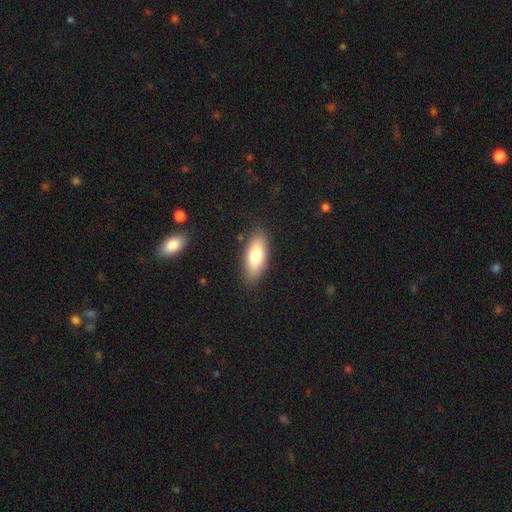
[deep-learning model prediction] Smooth or featured?
  - smooth: 76% *
  - featured or disk: 18%
  - star or artifact: 7%
How rounded?
  - in between: 82% *
  - cigar-shaped: 15%
  - round: 3%
Merging?
  - none: 84% *
  - minor disturbance: 11%
  - major disturbance: 3%
  - merger: 1%